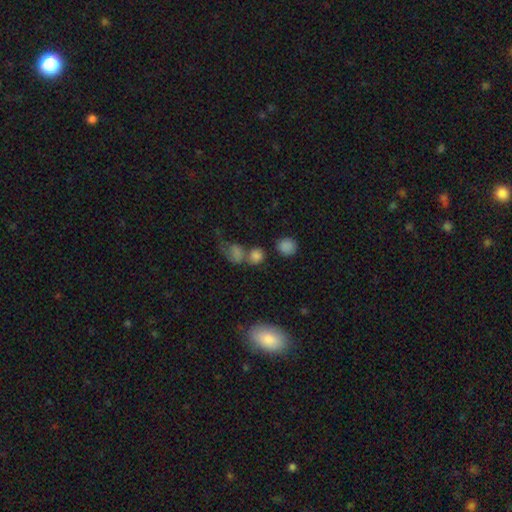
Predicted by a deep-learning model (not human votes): smooth 74%, star or artifact 16%, featured or disk 10%. Down the decision tree: how rounded — round (66%); merging — none (43%).